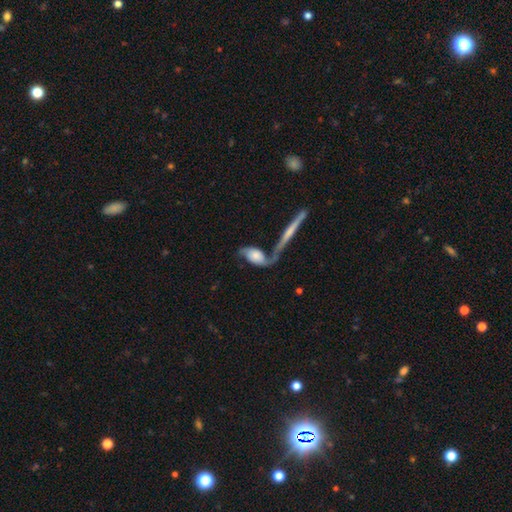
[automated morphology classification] Smooth or featured?
  - featured or disk: 66% *
  - smooth: 28%
  - star or artifact: 6%
Edge-on disk?
  - no: 84% *
  - yes: 16%
Bar?
  - no: 71% *
  - weak: 21%
  - strong: 7%
Spiral arms?
  - yes: 87% *
  - no: 13%
Bulge size?
  - moderate: 34% *
  - large: 24%
  - small: 22%
  - none: 15%
  - dominant: 6%
Merging?
  - merger: 37% *
  - none: 35%
  - minor disturbance: 15%
  - major disturbance: 12%